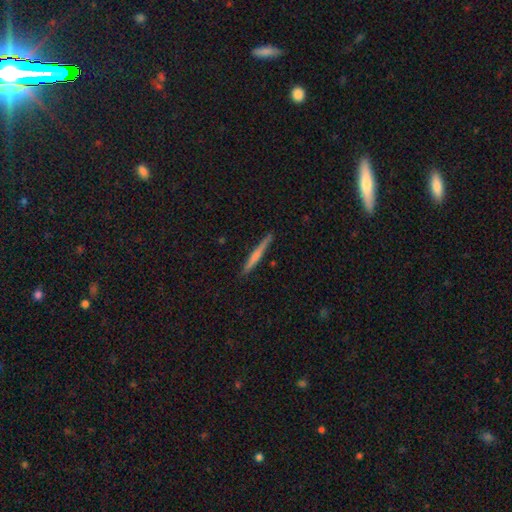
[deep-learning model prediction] smooth_or_featured: smooth (p=0.50) [alt: featured or disk p=0.44]
how_rounded: cigar-shaped (p=0.96) [alt: in between p=0.03]
merging: none (p=0.88) [alt: minor disturbance p=0.09]